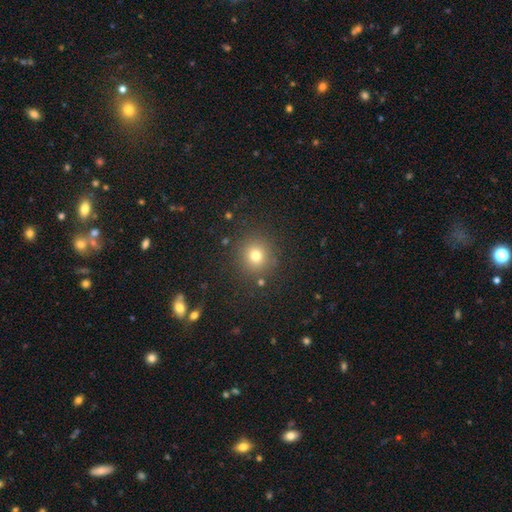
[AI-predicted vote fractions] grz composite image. It shows a smooth galaxy with no disk features (75%) that is round (92%). Merging: none (87%).